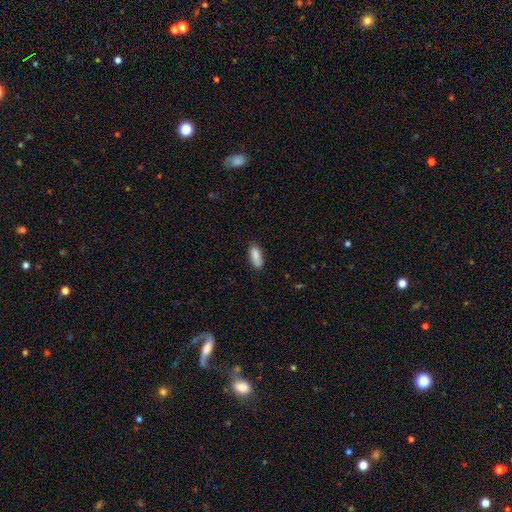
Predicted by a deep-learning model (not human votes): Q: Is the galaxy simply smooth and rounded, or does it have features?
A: smooth — 85%.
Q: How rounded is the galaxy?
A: in between — 76%.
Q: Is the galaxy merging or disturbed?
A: none — 73%.